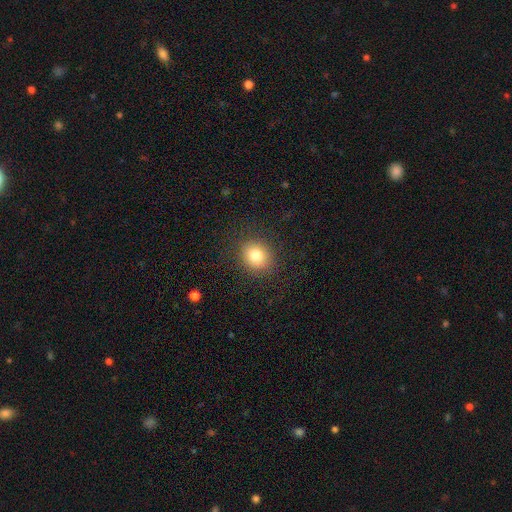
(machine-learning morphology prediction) Overall: smooth (81%). How rounded: round (71%). Merging: none (87%).